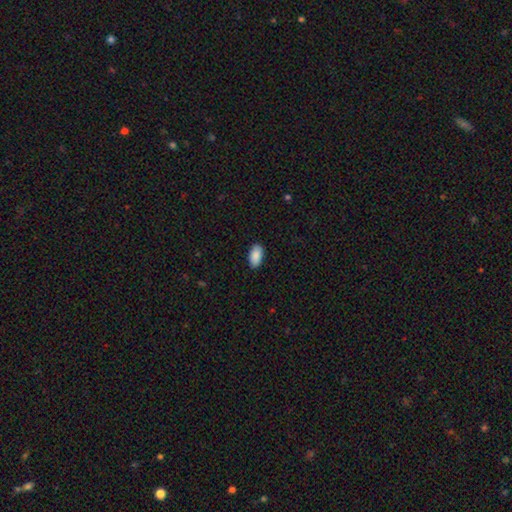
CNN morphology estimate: A smooth galaxy with no disk features (90%) that is in between round and cigar-shaped (95%).

Vote fractions:
- Smooth or featured? smooth: 90% / star or artifact: 6% / featured or disk: 4%
- How rounded? in between: 95% / cigar-shaped: 3% / round: 2%
- Merging? none: 88% / minor disturbance: 9% / major disturbance: 2% / merger: 1%